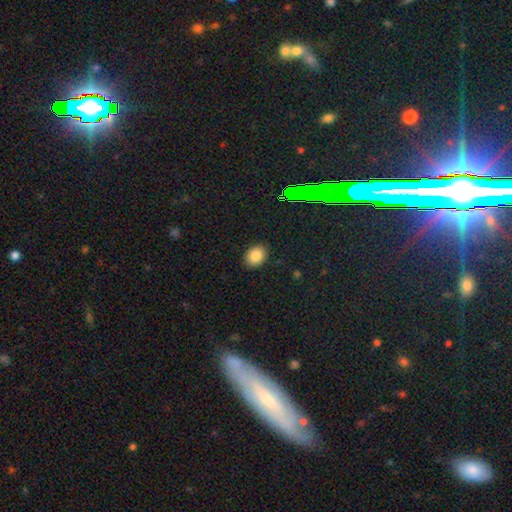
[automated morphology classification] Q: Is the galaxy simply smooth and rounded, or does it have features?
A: smooth — 84%.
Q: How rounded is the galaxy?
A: in between — 55%.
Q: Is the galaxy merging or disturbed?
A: none — 89%.